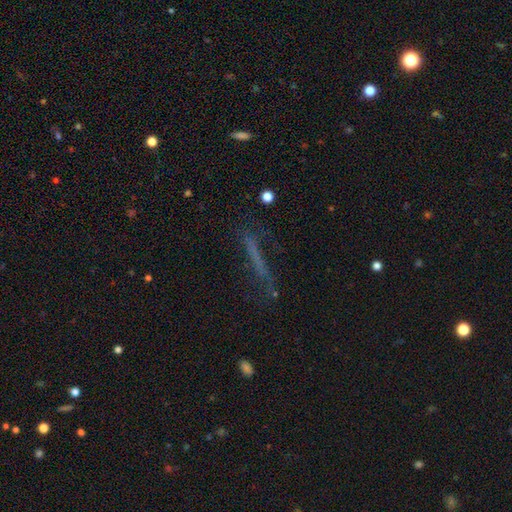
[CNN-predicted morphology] This appears to be a smooth galaxy with no disk features (38%). Merging: none (72%).